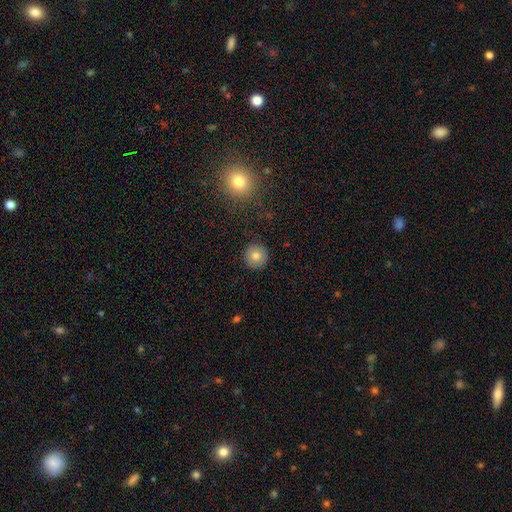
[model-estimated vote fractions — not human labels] Smooth or featured?
  - smooth: 81% *
  - star or artifact: 10%
  - featured or disk: 9%
How rounded?
  - round: 95% *
  - in between: 4%
  - cigar-shaped: 1%
Merging?
  - none: 91% *
  - minor disturbance: 6%
  - major disturbance: 2%
  - merger: 1%